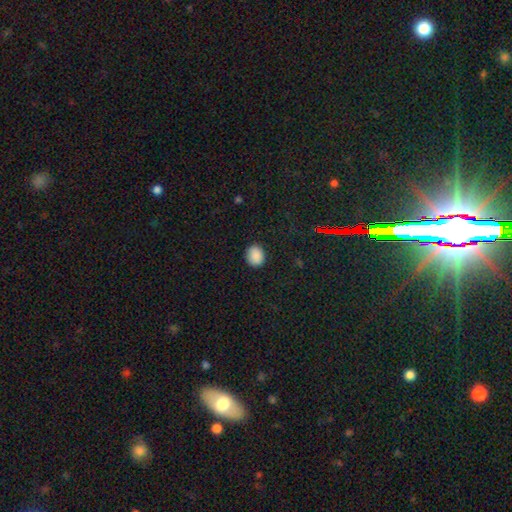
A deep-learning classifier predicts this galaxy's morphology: smooth-or-featured: smooth: 88% | star or artifact: 9% | featured or disk: 3%
  how-rounded: round: 63% | in between: 36% | cigar-shaped: 1%
  merging: none: 88% | minor disturbance: 8% | major disturbance: 2% | merger: 1%